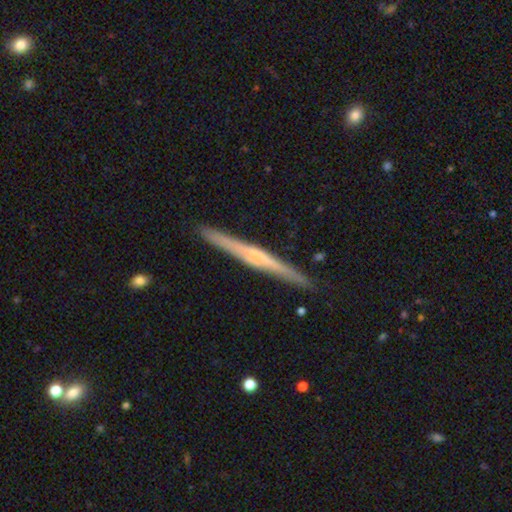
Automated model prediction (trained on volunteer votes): Smooth or featured? Predicted: featured or disk (p=0.69). Edge-on disk? Predicted: yes (p=0.98). Edge-on bulge? Predicted: none (p=0.43). Merging? Predicted: none (p=0.90).